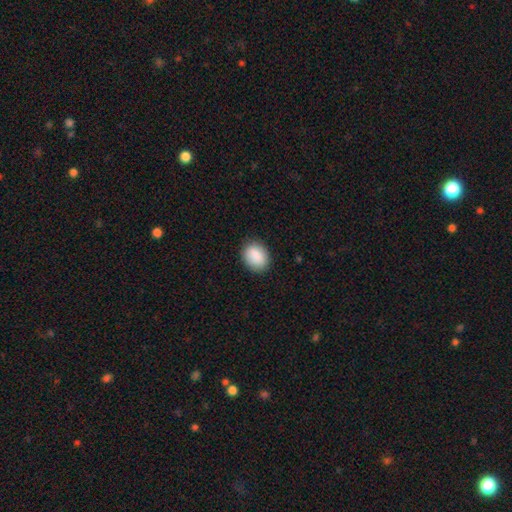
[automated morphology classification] Smooth or featured? Predicted: smooth (p=0.88). How rounded? Predicted: in between (p=0.66). Merging? Predicted: none (p=0.86).